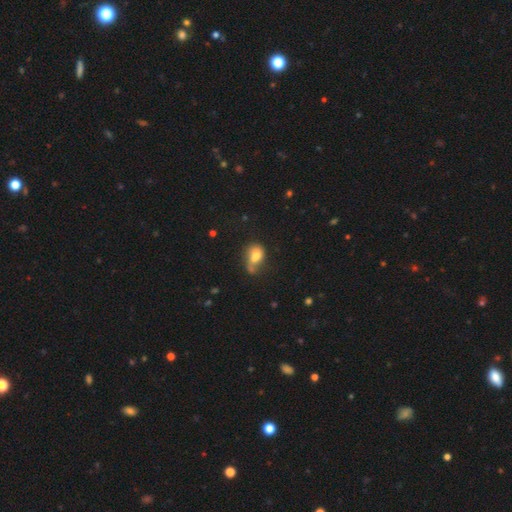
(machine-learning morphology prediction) Q: Smooth or featured?
A: smooth (69%); runner-up: featured or disk (20%)
Q: How rounded?
A: in between (70%); runner-up: round (27%)
Q: Merging?
A: none (30%); runner-up: merger (27%)